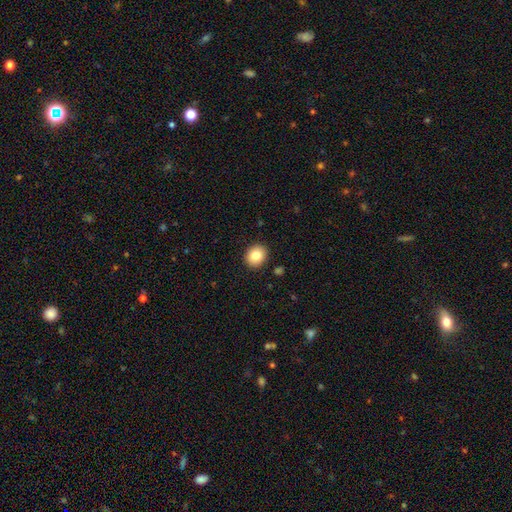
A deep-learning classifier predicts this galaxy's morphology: Q: Smooth or featured?
A: smooth (83%); runner-up: star or artifact (9%)
Q: How rounded?
A: round (65%); runner-up: in between (35%)
Q: Merging?
A: none (91%); runner-up: minor disturbance (6%)